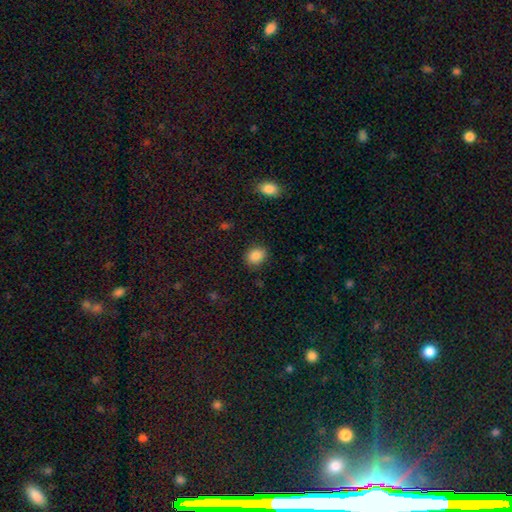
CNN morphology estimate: smooth 86%, star or artifact 9%, featured or disk 5%. Down the decision tree: how rounded — round (50%); merging — none (87%).